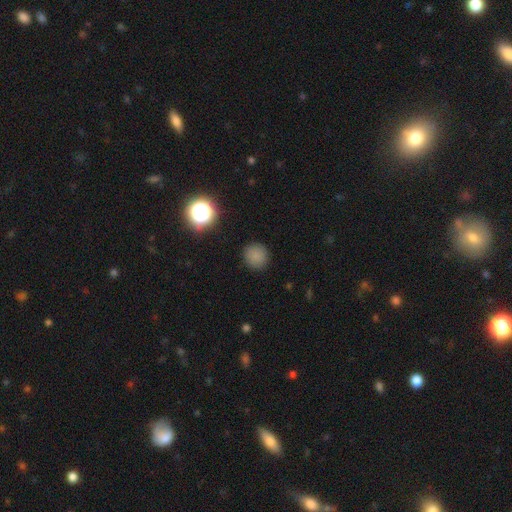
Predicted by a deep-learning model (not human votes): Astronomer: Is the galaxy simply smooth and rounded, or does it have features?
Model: smooth — 80%.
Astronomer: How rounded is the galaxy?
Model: round — 92%.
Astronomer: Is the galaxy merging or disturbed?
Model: none — 89%.